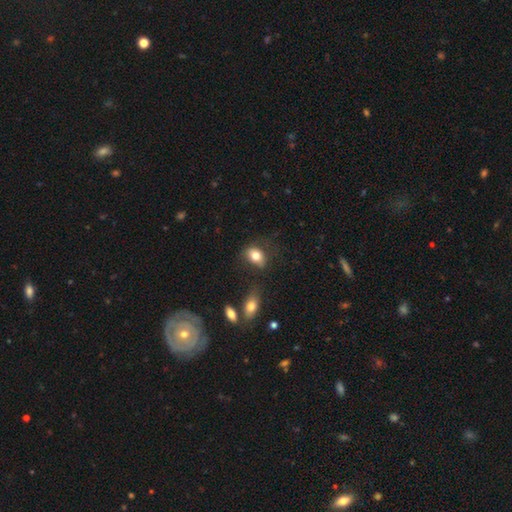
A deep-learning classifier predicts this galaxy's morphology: Overall: smooth (79%). How rounded: in between (78%). Merging: none (63%; minor disturbance 23%).